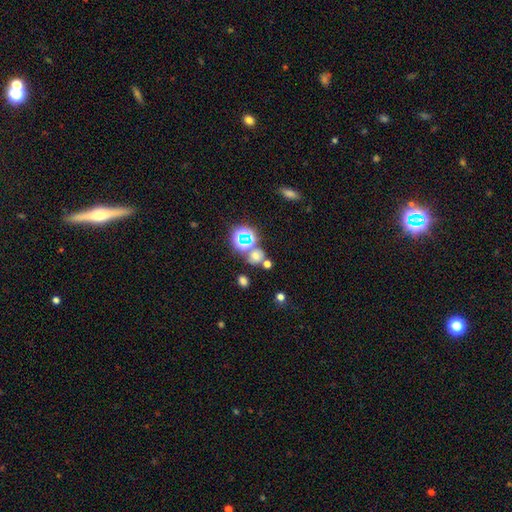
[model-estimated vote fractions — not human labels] A smooth galaxy with no disk features (52%) that is round (75%).

Vote fractions:
- Smooth or featured? smooth: 52% / star or artifact: 39% / featured or disk: 9%
- How rounded? round: 75% / in between: 24% / cigar-shaped: 1%
- Merging? none: 67% / merger: 20% / minor disturbance: 9% / major disturbance: 4%